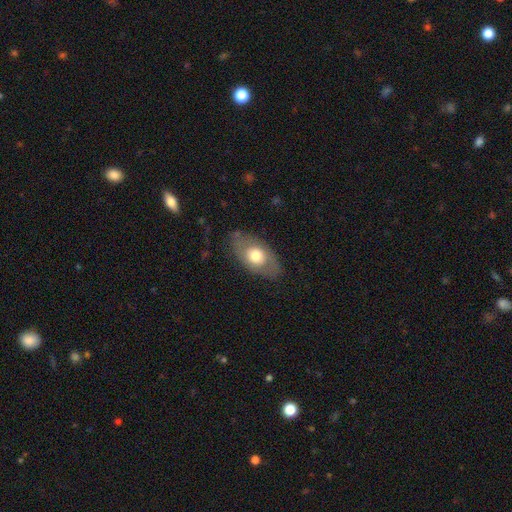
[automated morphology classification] This is possibly a smooth galaxy (58%). How rounded: clearly in between (87%). Merging: likely none (76%).